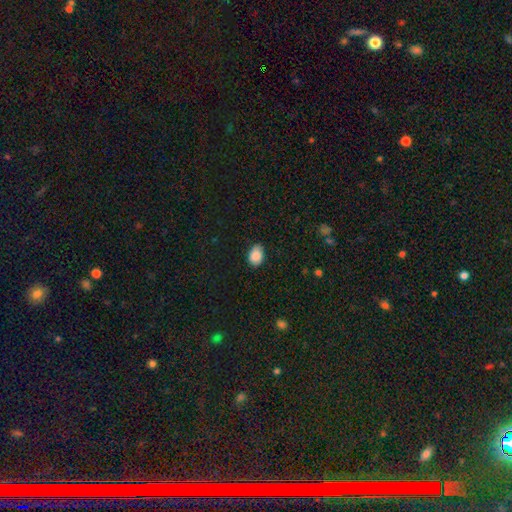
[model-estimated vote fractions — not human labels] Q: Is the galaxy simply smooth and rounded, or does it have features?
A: smooth — 88%.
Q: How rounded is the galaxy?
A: in between — 77%.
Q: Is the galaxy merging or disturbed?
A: none — 73%.